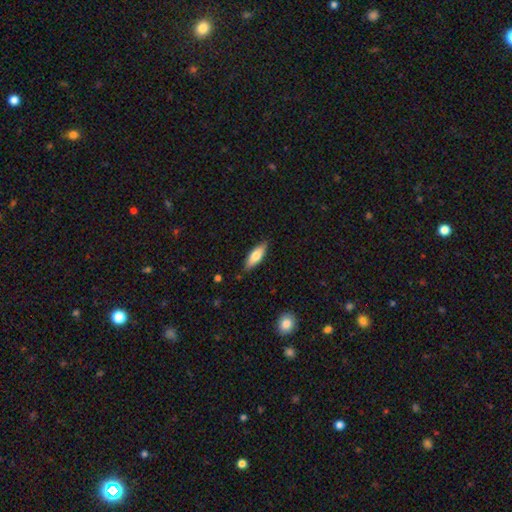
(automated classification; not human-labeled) smooth 71%, featured or disk 23%, star or artifact 6%. Down the decision tree: how rounded — in between (54%); merging — none (86%).